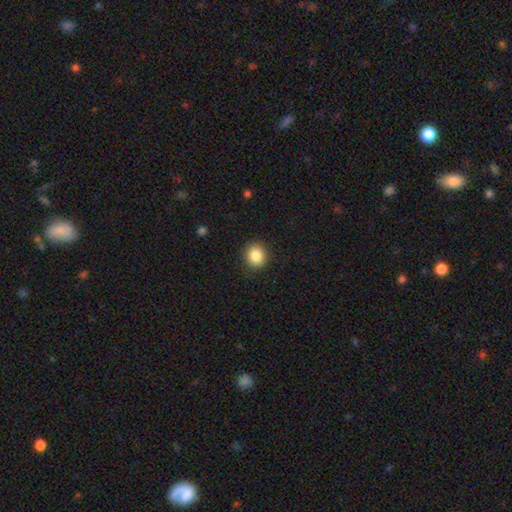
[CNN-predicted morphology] This appears to be a smooth galaxy with no disk features (86%) that is round (81%). Merging: none (89%).